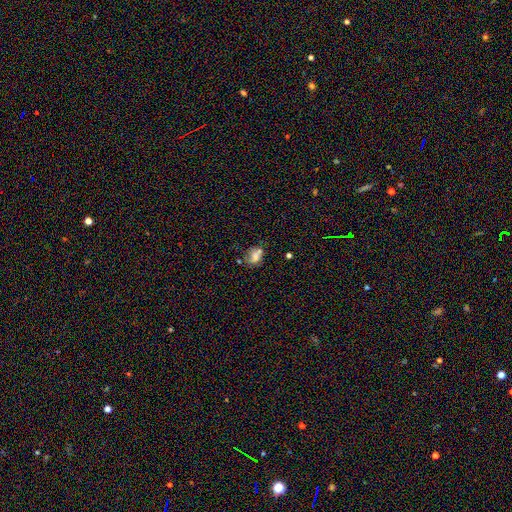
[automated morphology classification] This appears to be a smooth galaxy with no disk features (64%) that is in between round and cigar-shaped (63%). Merging: none (49%).